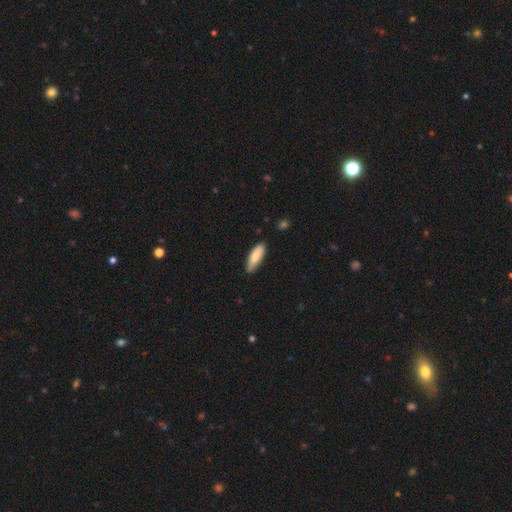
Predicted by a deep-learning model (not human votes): smooth-or-featured: smooth: 85% | featured or disk: 10% | star or artifact: 5%
  how-rounded: in between: 56% | cigar-shaped: 43% | round: 1%
  merging: none: 80% | minor disturbance: 16% | major disturbance: 2% | merger: 1%